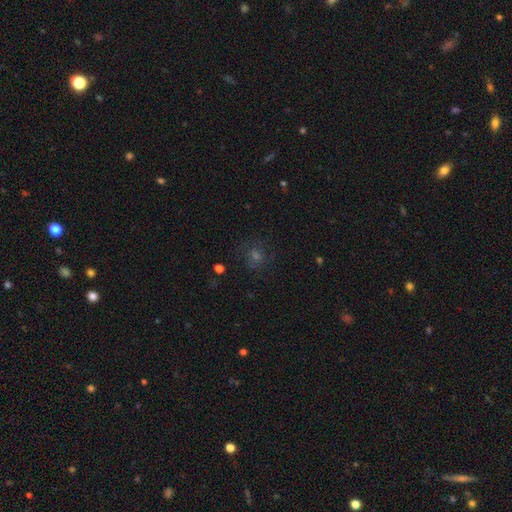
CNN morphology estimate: Smooth or featured: smooth — 42% (star or artifact — 39%)
Merging: none — 80% (minor disturbance — 12%)